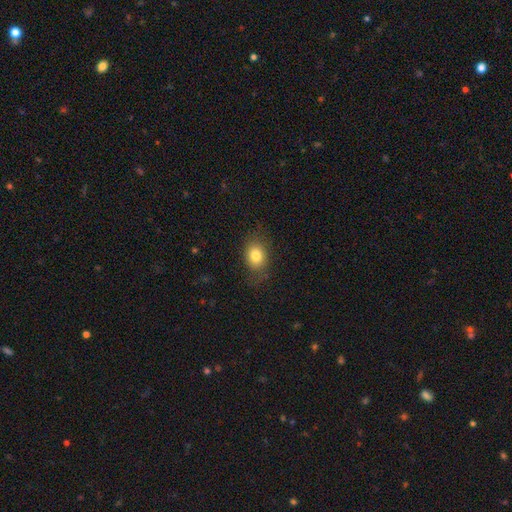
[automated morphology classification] Smooth or featured? Predicted: smooth (p=0.80). How rounded? Predicted: in between (p=0.62). Merging? Predicted: none (p=0.74).